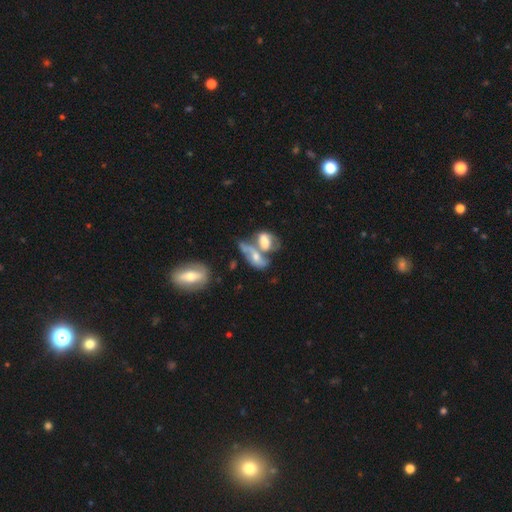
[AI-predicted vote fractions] Smooth or featured? Predicted: featured or disk (p=0.49). Merging? Predicted: merger (p=0.58).